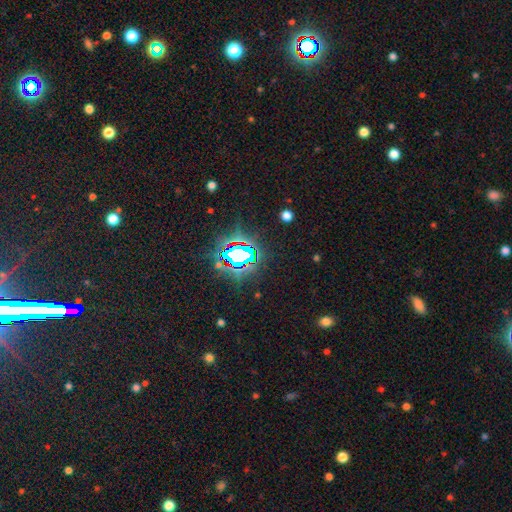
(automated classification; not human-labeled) A star or artifact, not a galaxy (83%).